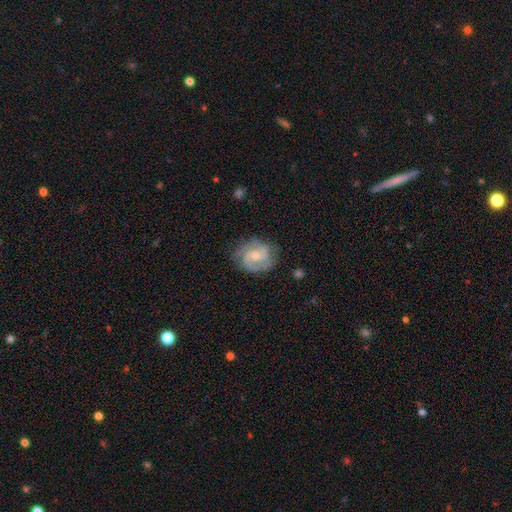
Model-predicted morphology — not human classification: type=featured or disk (80%); edge-on=no (98%); bar=no (52%); spiral arms=yes (96%); winding=medium (47%); arm count=2 (75%); bulge=small (47%); merging=none (76%).